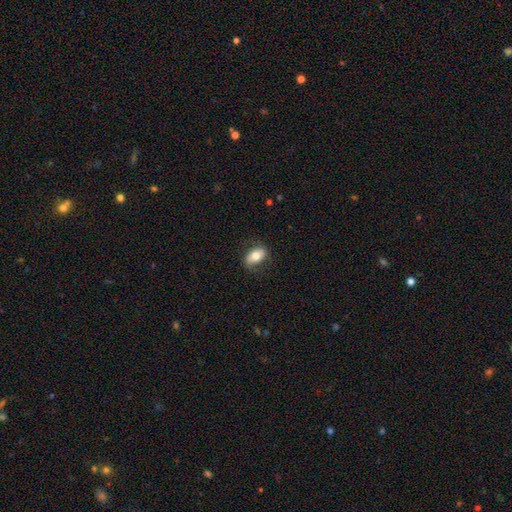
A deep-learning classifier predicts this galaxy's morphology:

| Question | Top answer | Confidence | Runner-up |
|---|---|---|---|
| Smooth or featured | smooth | 70% | featured or disk (23%) |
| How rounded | in between | 88% | round (9%) |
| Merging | none | 77% | minor disturbance (17%) |